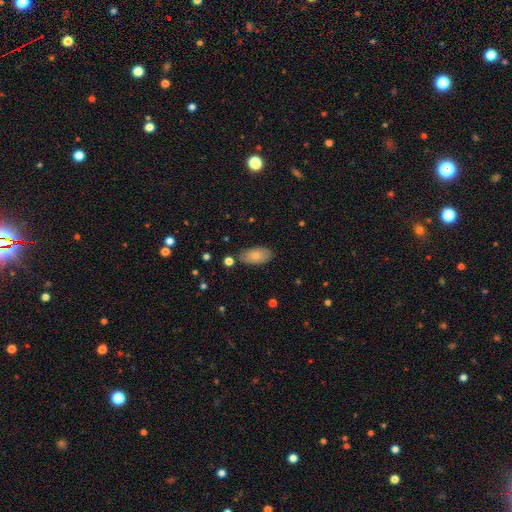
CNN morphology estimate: type=smooth (78%); roundness=in between (93%); merging=none (81%).